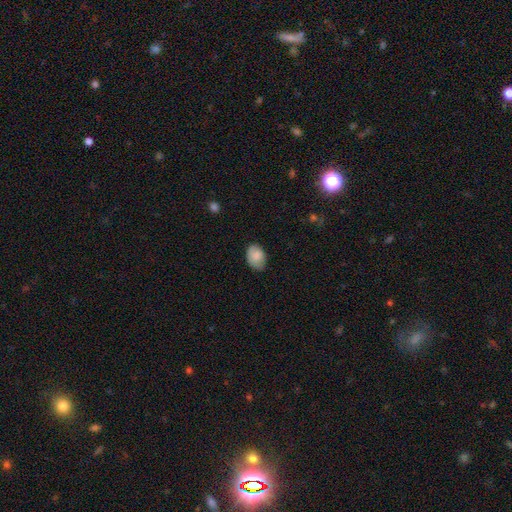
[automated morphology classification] This appears to be a smooth galaxy with no disk features (84%) that is in between round and cigar-shaped (82%). Merging: none (72%).